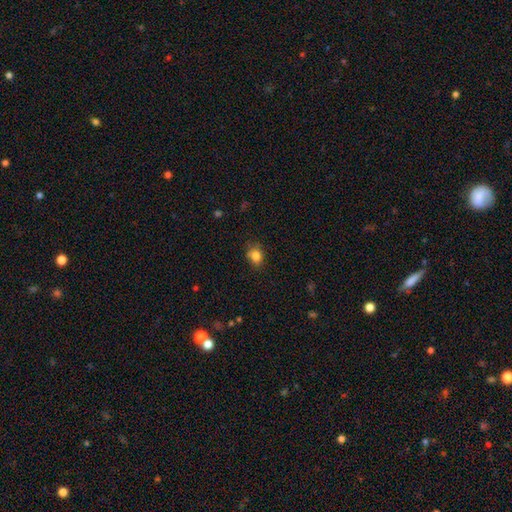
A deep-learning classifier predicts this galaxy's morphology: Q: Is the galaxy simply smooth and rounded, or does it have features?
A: smooth — 82%.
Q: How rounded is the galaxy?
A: round — 58%.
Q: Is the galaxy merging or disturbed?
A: none — 68%.